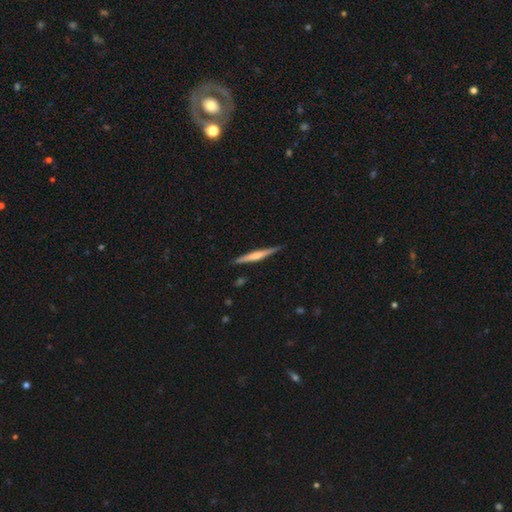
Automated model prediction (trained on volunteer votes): This is possibly a featured or disk galaxy (54%). It is clearly viewed edge-on (97%). Edge-on bulge: likely rounded (60%). Merging: clearly none (86%).